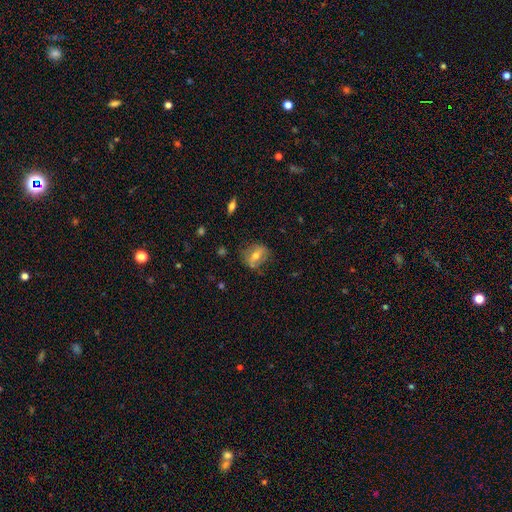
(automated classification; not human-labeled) A featured or disk galaxy (47%).

Vote fractions:
- Smooth or featured? featured or disk: 47% / smooth: 42% / star or artifact: 11%
- Merging? none: 72% / minor disturbance: 19% / major disturbance: 7% / merger: 2%